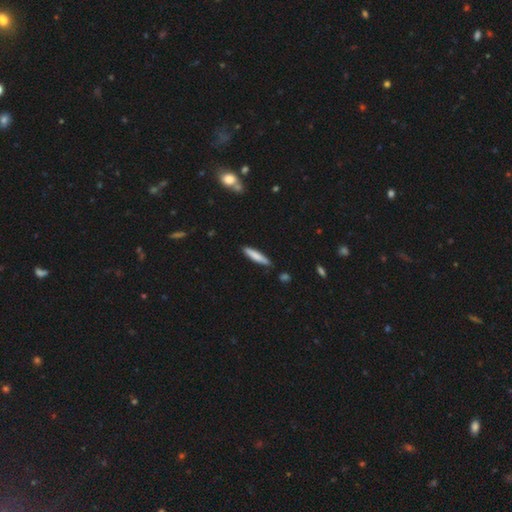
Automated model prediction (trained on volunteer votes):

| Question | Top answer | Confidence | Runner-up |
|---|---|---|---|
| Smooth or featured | smooth | 77% | featured or disk (17%) |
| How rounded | cigar-shaped | 87% | in between (12%) |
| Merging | none | 85% | minor disturbance (11%) |